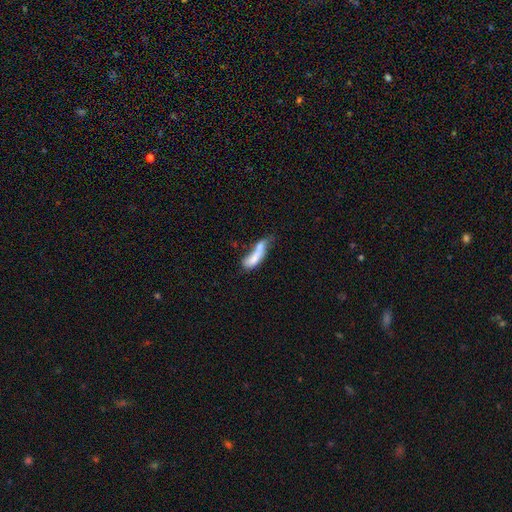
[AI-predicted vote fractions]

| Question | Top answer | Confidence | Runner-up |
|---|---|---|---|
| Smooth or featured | smooth | 64% | featured or disk (28%) |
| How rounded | cigar-shaped | 59% | in between (39%) |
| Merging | merger | 43% | none (21%) |